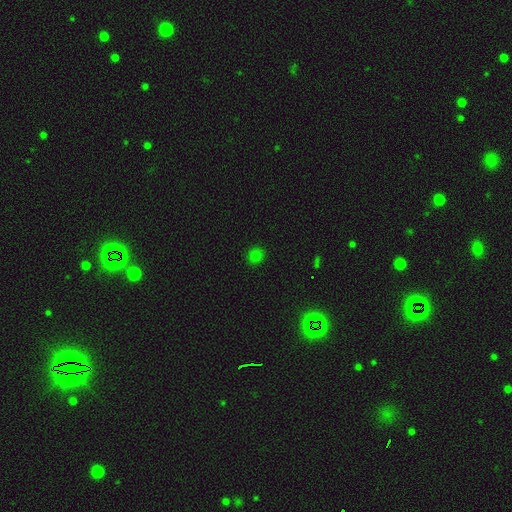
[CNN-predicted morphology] This is likely a smooth galaxy (77%). How rounded: clearly round (88%). Merging: clearly none (91%).